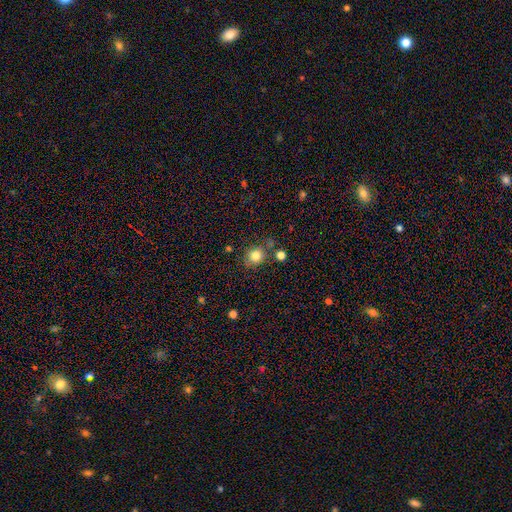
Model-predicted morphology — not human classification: Smooth or featured?
  - smooth: 81% *
  - star or artifact: 11%
  - featured or disk: 8%
How rounded?
  - round: 79% *
  - in between: 20%
  - cigar-shaped: 1%
Merging?
  - none: 72% *
  - minor disturbance: 15%
  - merger: 8%
  - major disturbance: 5%